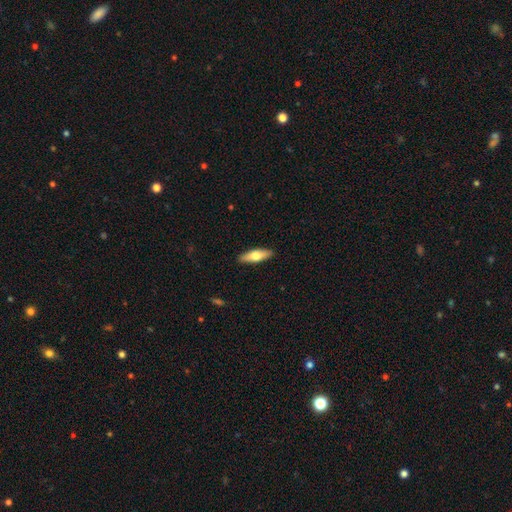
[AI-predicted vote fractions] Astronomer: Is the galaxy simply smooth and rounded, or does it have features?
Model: smooth — 58% (runner-up: featured or disk, 36%).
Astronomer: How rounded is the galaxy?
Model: cigar-shaped — 52% (runner-up: in between, 46%).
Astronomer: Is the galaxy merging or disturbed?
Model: none — 90%.